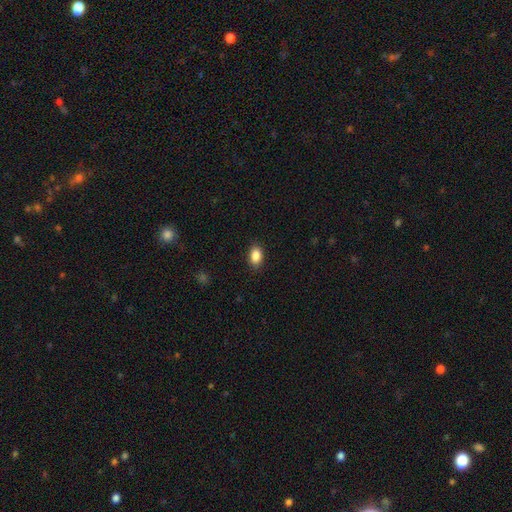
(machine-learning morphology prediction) This is clearly a smooth galaxy (88%). How rounded: clearly in between (87%). Merging: clearly none (89%).